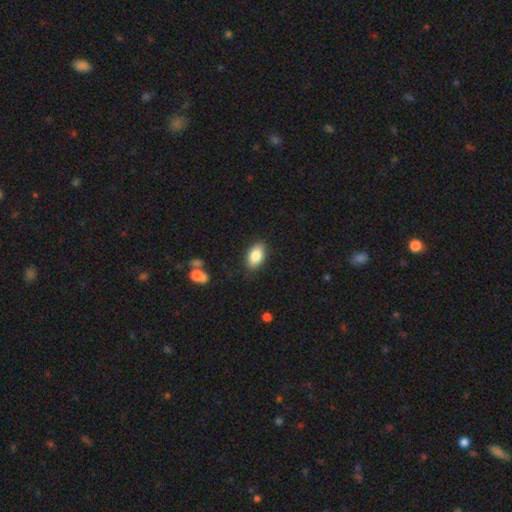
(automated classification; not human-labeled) This is clearly a smooth galaxy (84%). How rounded: clearly in between (91%). Merging: clearly none (86%).